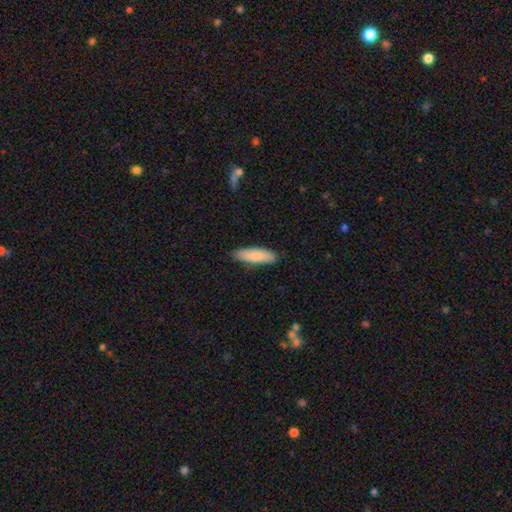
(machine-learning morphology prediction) This appears to be a smooth galaxy with no disk features (84%) that is cigar-shaped (58%). Merging: none (85%).